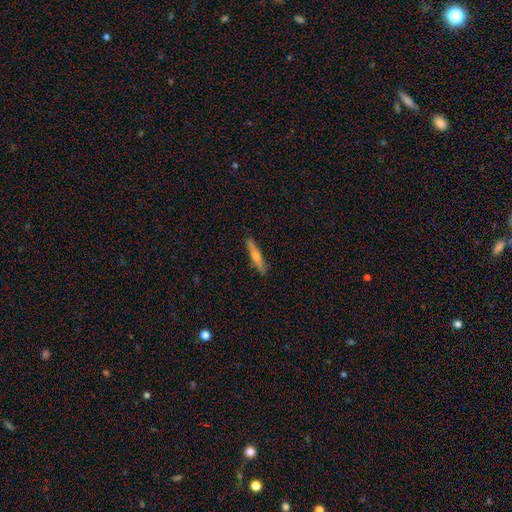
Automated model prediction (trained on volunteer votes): Q: Smooth or featured?
A: featured or disk (50%); runner-up: smooth (43%)
Q: Edge-on disk?
A: yes (94%); runner-up: no (6%)
Q: Merging?
A: none (88%); runner-up: minor disturbance (9%)